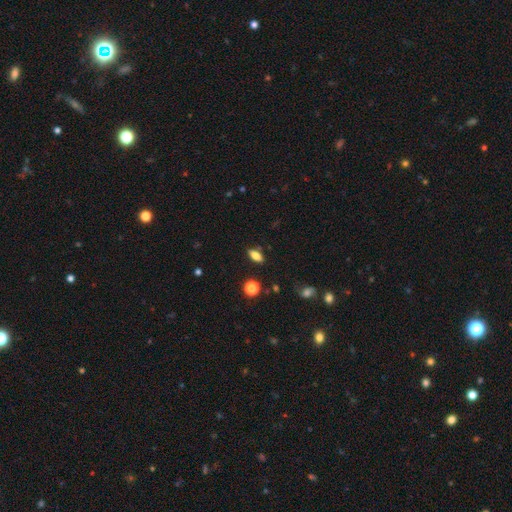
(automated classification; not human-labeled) smooth-or-featured: smooth: 76% | featured or disk: 14% | star or artifact: 10%
  how-rounded: in between: 81% | cigar-shaped: 12% | round: 7%
  merging: none: 86% | minor disturbance: 10% | major disturbance: 3% | merger: 2%